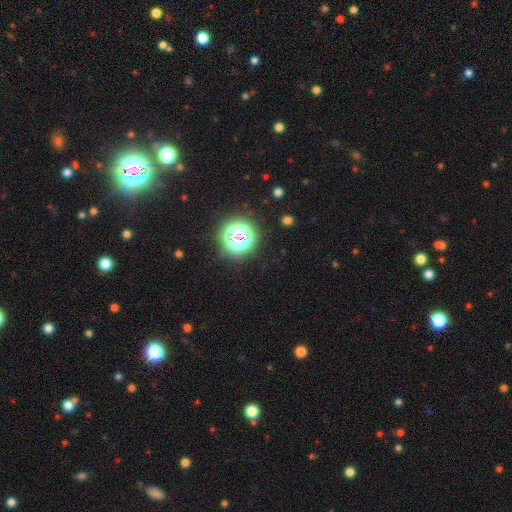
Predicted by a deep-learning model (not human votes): Overall: star or artifact (79%).